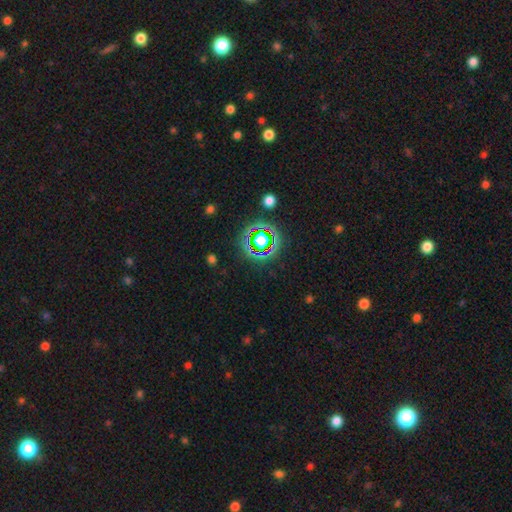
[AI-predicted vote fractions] This is likely a star or artifact rather than a galaxy (75%).